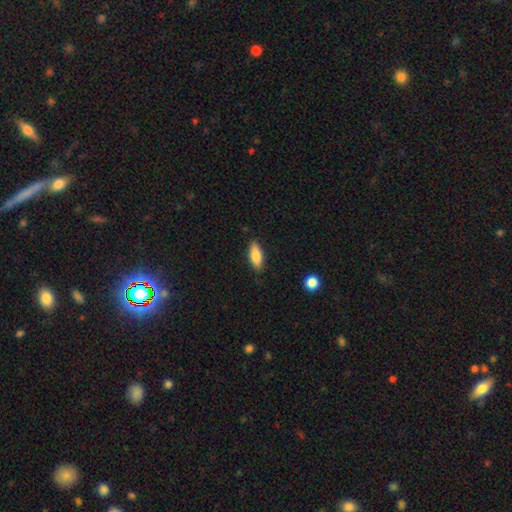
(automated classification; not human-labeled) A smooth galaxy with no disk features (82%) that is in between round and cigar-shaped (74%). Merging: none (86%).